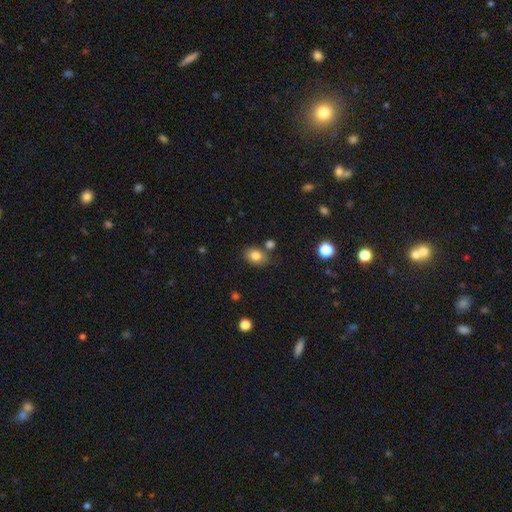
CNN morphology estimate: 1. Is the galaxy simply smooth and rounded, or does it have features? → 82% smooth, 10% star or artifact, 8% featured or disk.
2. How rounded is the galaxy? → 69% in between, 30% round, 1% cigar-shaped.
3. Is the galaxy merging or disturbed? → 73% none, 14% minor disturbance, 10% merger, 4% major disturbance.